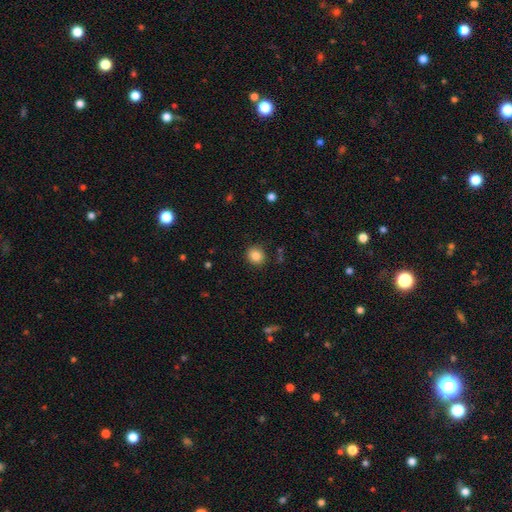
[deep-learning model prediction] Smooth or featured: smooth — 85% (star or artifact — 10%)
How rounded: round — 79% (in between — 20%)
Merging: none — 87% (minor disturbance — 9%)